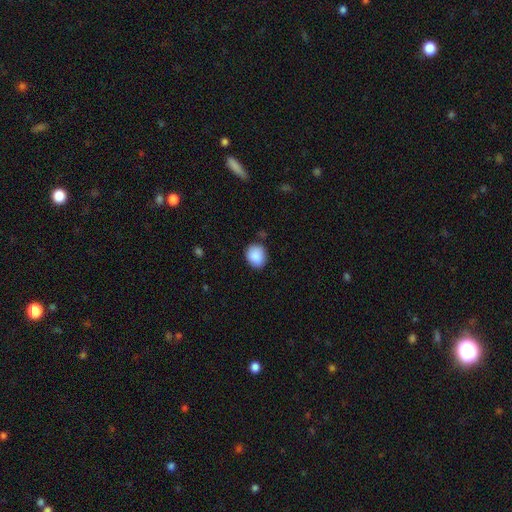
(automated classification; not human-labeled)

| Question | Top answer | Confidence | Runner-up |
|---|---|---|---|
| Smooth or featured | smooth | 89% | star or artifact (8%) |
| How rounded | round | 61% | in between (38%) |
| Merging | none | 84% | minor disturbance (12%) |